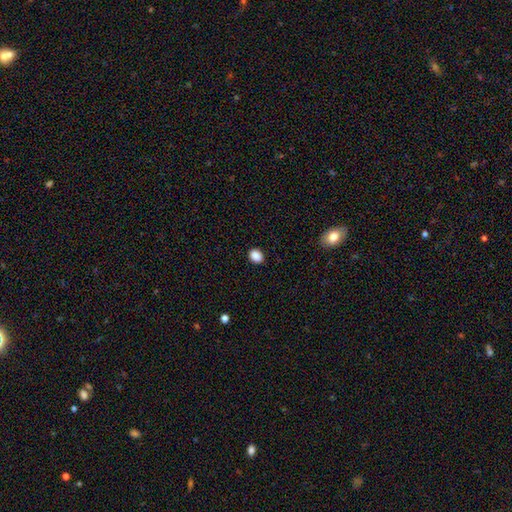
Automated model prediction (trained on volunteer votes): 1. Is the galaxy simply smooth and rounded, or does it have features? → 88% smooth, 9% star or artifact, 3% featured or disk.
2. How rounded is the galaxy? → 53% in between, 46% round, 1% cigar-shaped.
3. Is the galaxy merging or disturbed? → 90% none, 7% minor disturbance, 2% major disturbance, 1% merger.